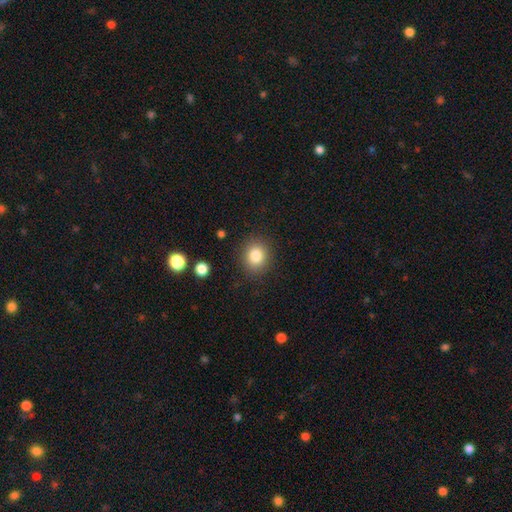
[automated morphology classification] smooth-or-featured: smooth: 82% | star or artifact: 11% | featured or disk: 7%
  how-rounded: round: 74% | in between: 25% | cigar-shaped: 1%
  merging: none: 88% | minor disturbance: 8% | major disturbance: 3% | merger: 1%